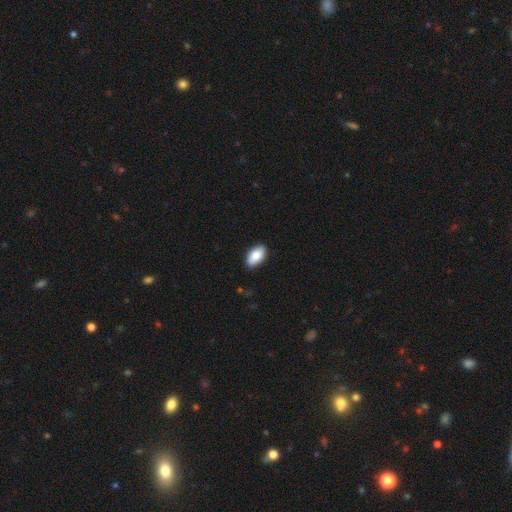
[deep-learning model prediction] Overall: smooth (86%). How rounded: in between (94%). Merging: none (88%).